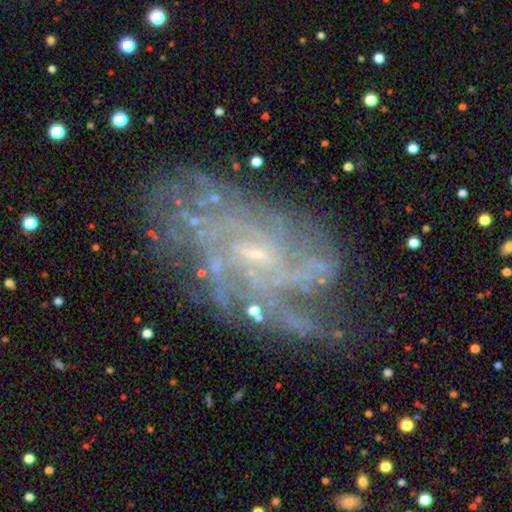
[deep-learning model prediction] Smooth or featured?
  - featured or disk: 83% *
  - star or artifact: 9%
  - smooth: 8%
Edge-on disk?
  - no: 96% *
  - yes: 4%
Bar?
  - no: 53% *
  - weak: 37%
  - strong: 10%
Spiral arms?
  - yes: 91% *
  - no: 9%
Spiral winding?
  - tight: 51% *
  - medium: 35%
  - loose: 14%
Spiral arm count?
  - can't tell: 42% *
  - 4: 15%
  - more than 4: 12%
  - 3: 11%
  - 2: 11%
  - 1: 8%
Bulge size?
  - small: 75% *
  - moderate: 13%
  - none: 10%
  - large: 1%
  - dominant: 1%
Merging?
  - none: 62% *
  - minor disturbance: 21%
  - major disturbance: 14%
  - merger: 3%